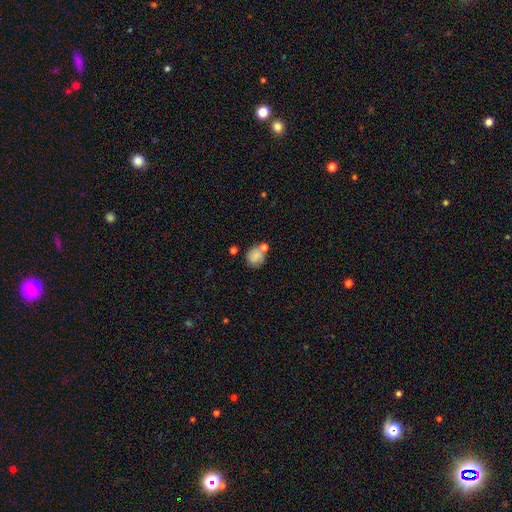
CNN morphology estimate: A smooth galaxy with no disk features (79%) that is round (79%). Merging: none (50%).